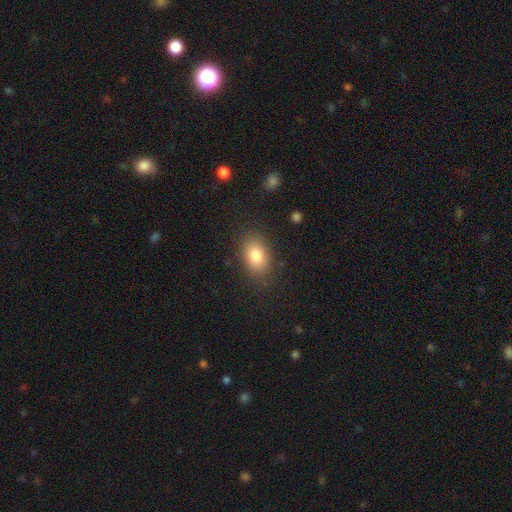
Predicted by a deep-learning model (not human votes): A smooth galaxy with no disk features (82%) that is in between round and cigar-shaped (82%). Merging: none (84%).